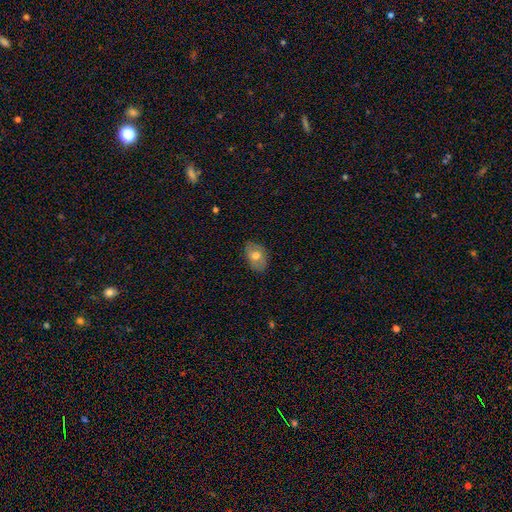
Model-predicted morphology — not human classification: The model was most divided on "smooth or featured": smooth: 67%, featured or disk: 26%, star or artifact: 8%. More confident: how rounded — in between (85%); merging — none (81%).